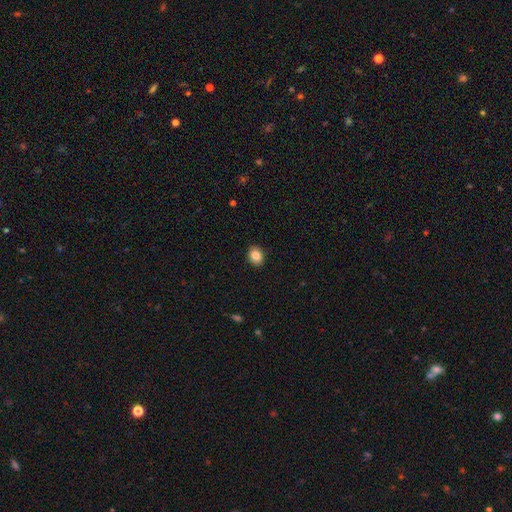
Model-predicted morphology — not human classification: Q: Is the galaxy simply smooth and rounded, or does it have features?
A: smooth — 85%.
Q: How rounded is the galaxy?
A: round — 55%.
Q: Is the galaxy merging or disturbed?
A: none — 91%.